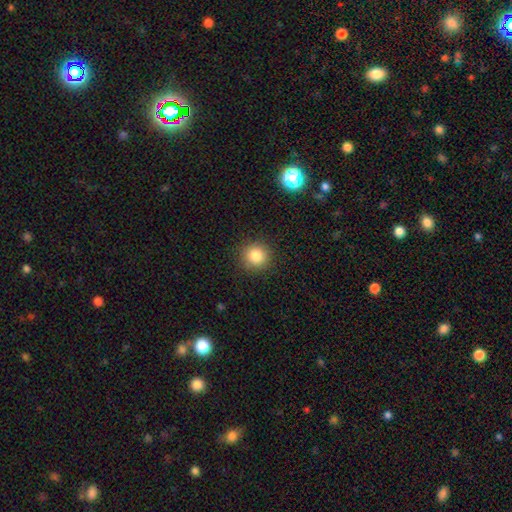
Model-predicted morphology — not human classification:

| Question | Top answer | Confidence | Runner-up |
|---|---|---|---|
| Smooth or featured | smooth | 83% | star or artifact (11%) |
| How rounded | round | 93% | in between (6%) |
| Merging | none | 90% | minor disturbance (7%) |